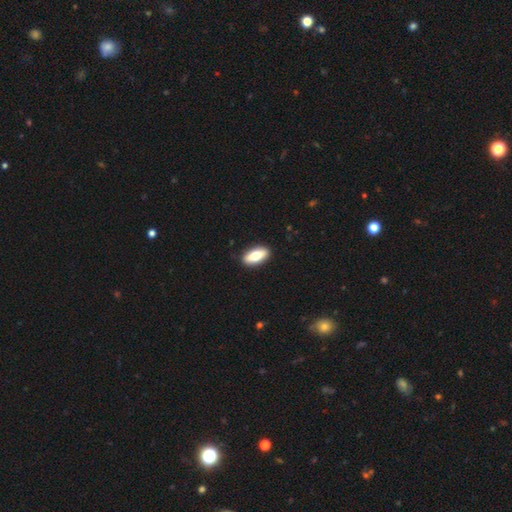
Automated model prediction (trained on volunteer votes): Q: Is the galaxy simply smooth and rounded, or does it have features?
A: smooth — 72%.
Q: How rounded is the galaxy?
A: in between — 84%.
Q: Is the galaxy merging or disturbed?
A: none — 90%.